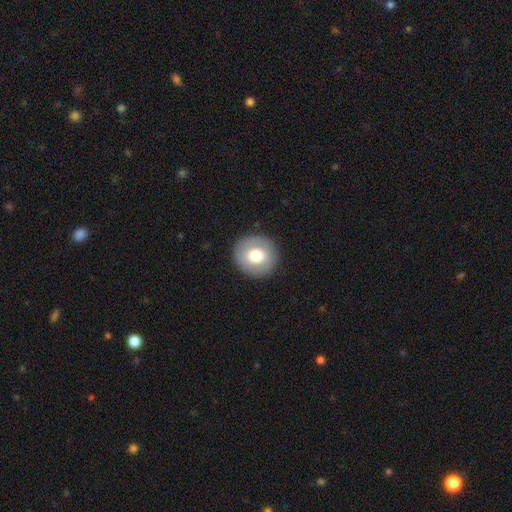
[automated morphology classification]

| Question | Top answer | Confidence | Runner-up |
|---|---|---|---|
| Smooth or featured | smooth | 69% | featured or disk (23%) |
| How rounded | round | 92% | in between (7%) |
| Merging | none | 90% | minor disturbance (7%) |